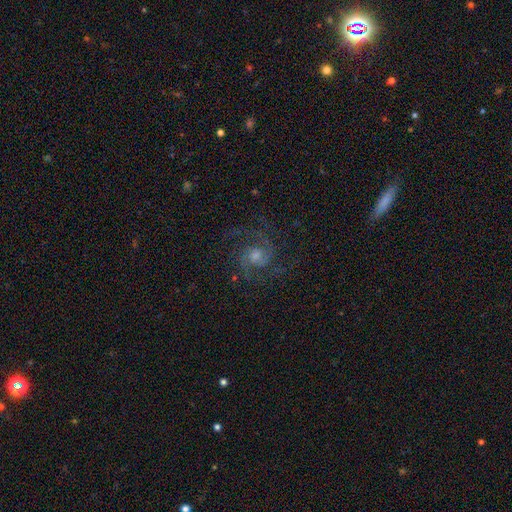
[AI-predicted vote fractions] The model was most divided on "bulge size": moderate: 53%, small: 32%, large: 9%, none: 5%, dominant: 1%. More confident: spiral arms — yes (98%); edge-on disk — no (98%); smooth or featured — featured or disk (87%); merging — none (77%); spiral arm count — 2 (68%); bar — no (60%); spiral winding — medium (57%).